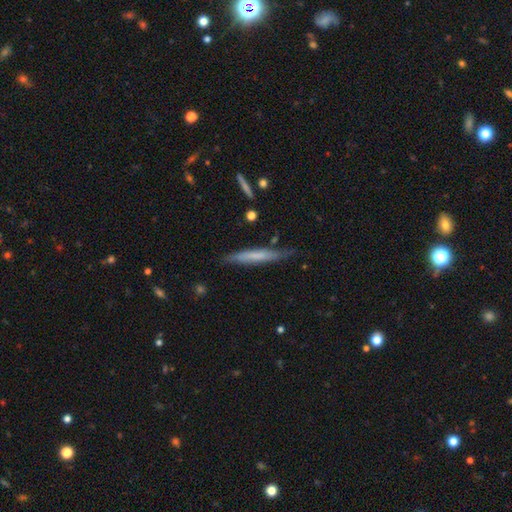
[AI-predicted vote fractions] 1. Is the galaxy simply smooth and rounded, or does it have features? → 57% smooth, 38% featured or disk, 6% star or artifact.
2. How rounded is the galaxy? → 94% cigar-shaped, 5% in between, 1% round.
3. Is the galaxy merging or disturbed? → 74% none, 20% minor disturbance, 3% major disturbance, 2% merger.